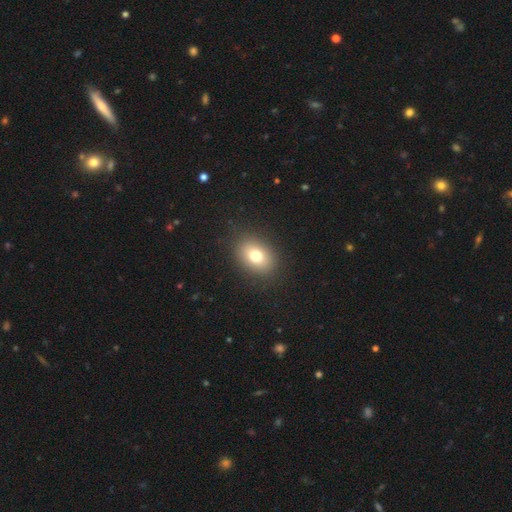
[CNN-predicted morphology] smooth_or_featured: smooth (p=0.76) [alt: featured or disk p=0.13]
how_rounded: in between (p=0.69) [alt: round p=0.30]
merging: none (p=0.88) [alt: minor disturbance p=0.08]